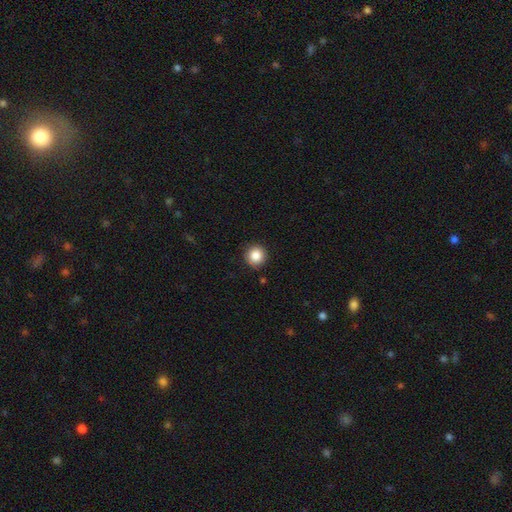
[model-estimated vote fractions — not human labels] Q: Smooth or featured?
A: smooth (86%); runner-up: star or artifact (10%)
Q: How rounded?
A: round (95%); runner-up: in between (4%)
Q: Merging?
A: none (91%); runner-up: minor disturbance (6%)